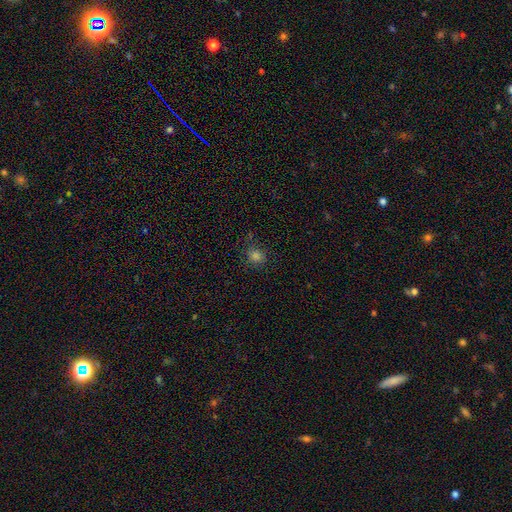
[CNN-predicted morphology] Overall: smooth (74%). How rounded: round (86%). Merging: none (80%).